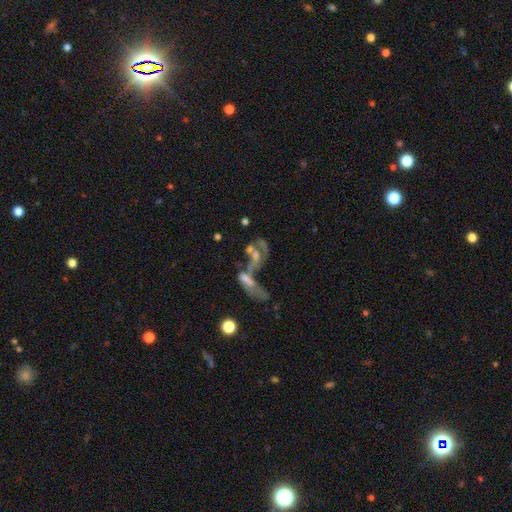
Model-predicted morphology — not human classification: Overall: featured or disk (57%; smooth 26%). Edge-on disk: no (91%). Bar: no (79%). Spiral arms: no (74%). Bulge size: none (38%; moderate 29%). Merging: merger (59%; major disturbance 20%).